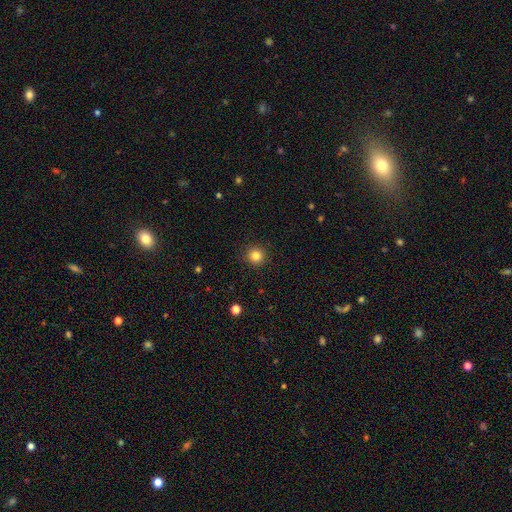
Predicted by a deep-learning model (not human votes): Smooth or featured? smooth (83%)
How rounded? round (95%)
Merging? none (92%)